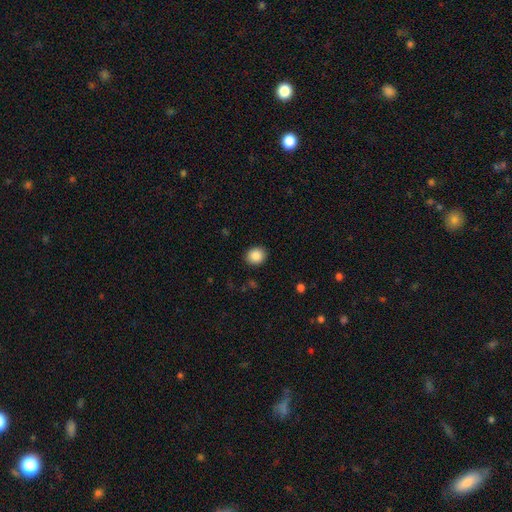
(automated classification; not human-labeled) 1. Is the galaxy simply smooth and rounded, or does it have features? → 88% smooth, 9% star or artifact, 4% featured or disk.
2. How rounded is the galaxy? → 74% round, 25% in between, 1% cigar-shaped.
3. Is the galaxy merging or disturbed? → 90% none, 7% minor disturbance, 2% major disturbance, 1% merger.